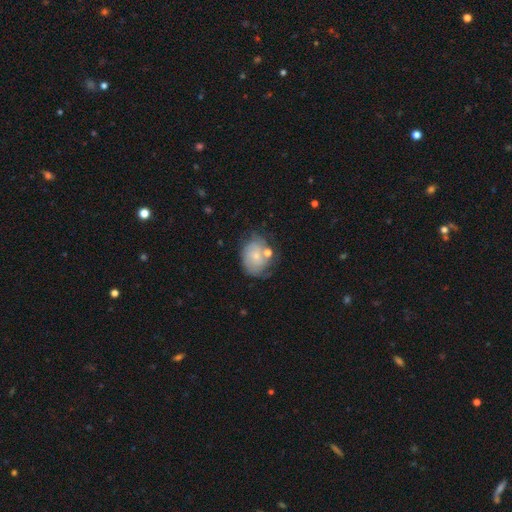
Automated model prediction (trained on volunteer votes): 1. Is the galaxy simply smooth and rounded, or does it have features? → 48% featured or disk, 43% smooth, 8% star or artifact.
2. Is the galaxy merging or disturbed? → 49% none, 26% minor disturbance, 13% merger, 13% major disturbance.